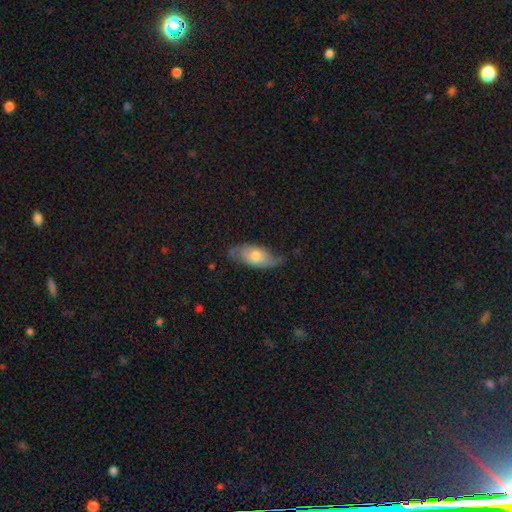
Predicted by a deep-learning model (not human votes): This is possibly a smooth galaxy (55%). How rounded: clearly in between (85%). Merging: possibly none (59%).